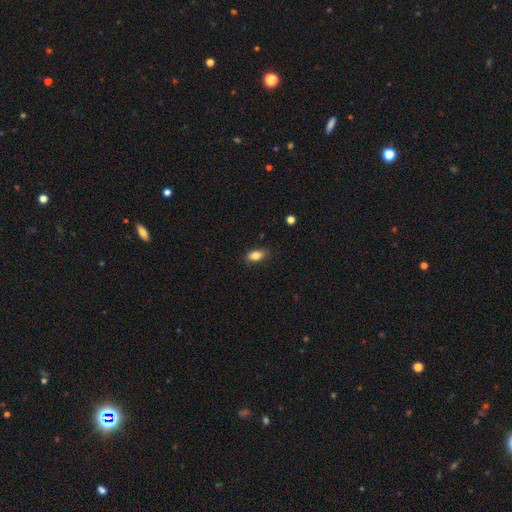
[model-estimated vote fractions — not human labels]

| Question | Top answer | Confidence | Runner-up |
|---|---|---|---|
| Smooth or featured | smooth | 83% | featured or disk (9%) |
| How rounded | in between | 88% | round (7%) |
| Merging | none | 83% | minor disturbance (13%) |